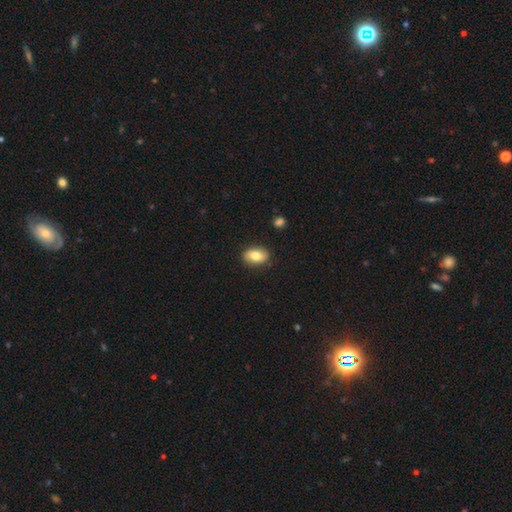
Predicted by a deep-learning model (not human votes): smooth 81%, featured or disk 12%, star or artifact 7%. Down the decision tree: how rounded — in between (84%); merging — none (87%).